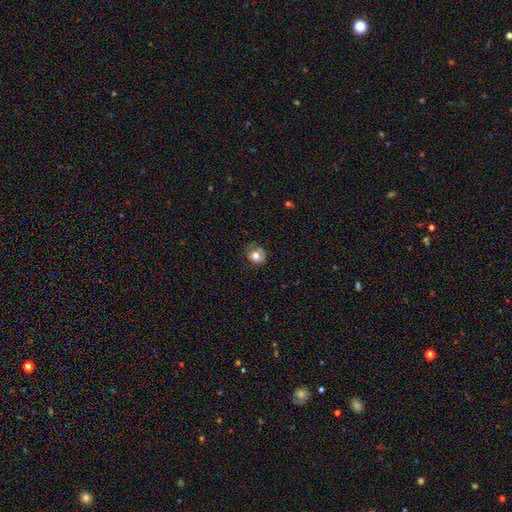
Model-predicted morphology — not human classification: smooth 71%, featured or disk 16%, star or artifact 13%. Down the decision tree: how rounded — round (79%); merging — none (71%).